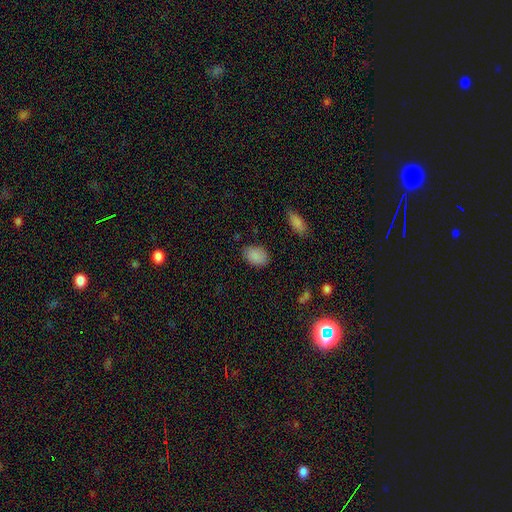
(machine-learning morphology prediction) smooth-or-featured: smooth: 88% | star or artifact: 8% | featured or disk: 4%
  how-rounded: in between: 86% | round: 13% | cigar-shaped: 1%
  merging: none: 83% | minor disturbance: 12% | major disturbance: 3% | merger: 2%